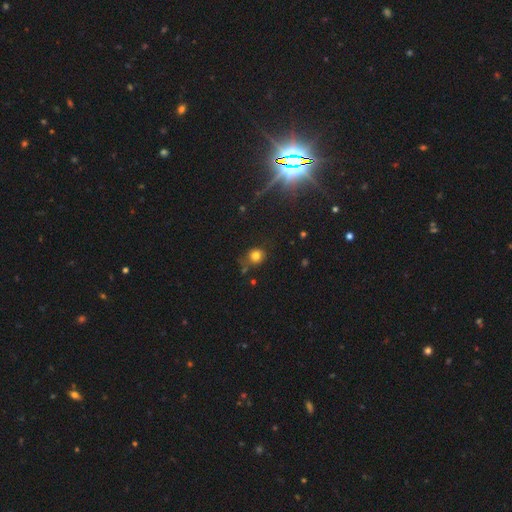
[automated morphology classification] The model was most divided on "merging": none: 72%, minor disturbance: 17%, merger: 6%, major disturbance: 5%. More confident: how rounded — round (83%); smooth or featured — smooth (78%).